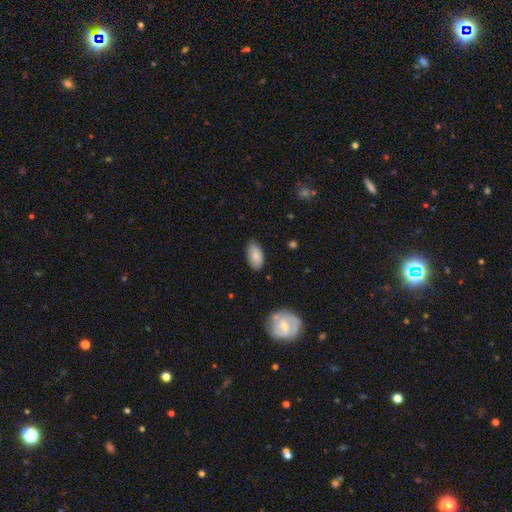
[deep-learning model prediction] Morphology: type=smooth (84%); roundness=in between (94%); merging=none (82%).